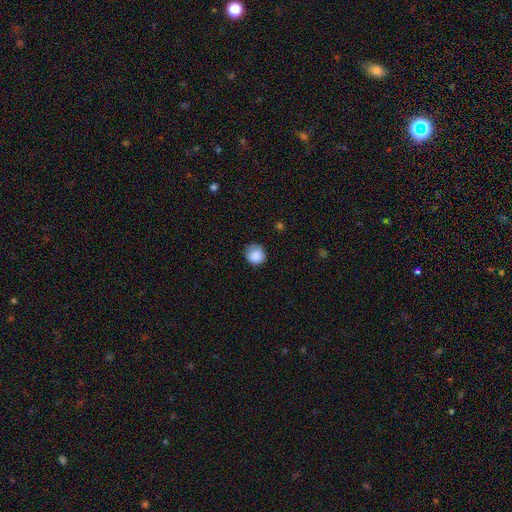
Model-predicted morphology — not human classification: smooth 87%, star or artifact 9%, featured or disk 4%. Down the decision tree: how rounded — round (90%); merging — none (76%).